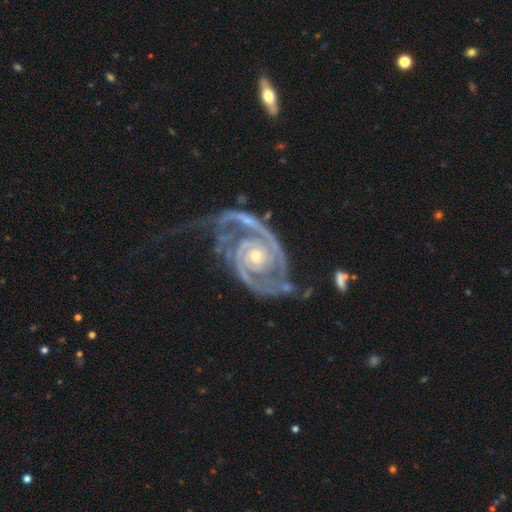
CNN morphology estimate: This appears to be a featured or disk galaxy (93%) with no bar (68%), 2 (78%) tight (56%) spiral arms (98%) and a small central bulge (55%). Merging: none (42%).